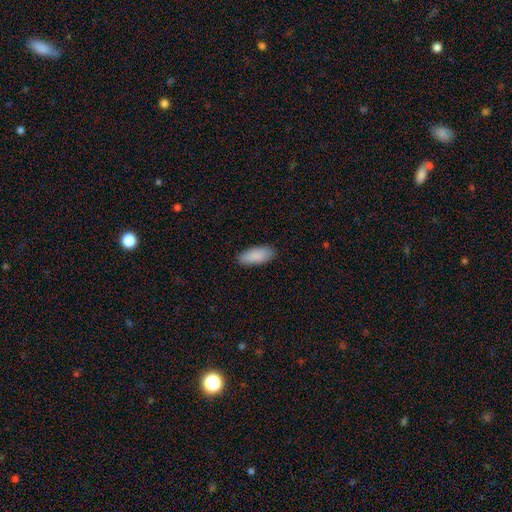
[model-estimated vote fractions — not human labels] smooth-or-featured: smooth: 90% | star or artifact: 6% | featured or disk: 4%
  how-rounded: in between: 86% | cigar-shaped: 12% | round: 2%
  merging: none: 87% | minor disturbance: 10% | major disturbance: 2% | merger: 1%